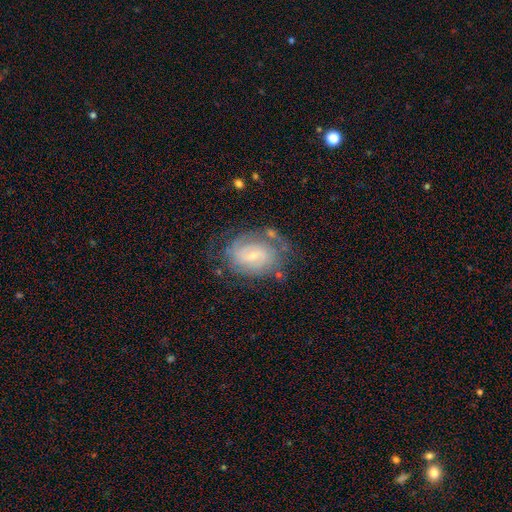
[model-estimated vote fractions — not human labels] The model was most divided on "bar": weak: 45%, no: 43%, strong: 13%. Remaining: edge-on disk — no (96%); spiral arms — yes (84%); smooth or featured — featured or disk (68%); bulge size — small (67%); merging — none (65%); spiral winding — tight (59%); spiral arm count — can't tell (43%).